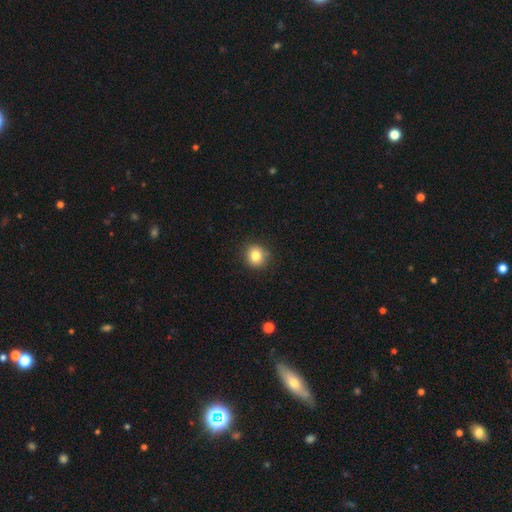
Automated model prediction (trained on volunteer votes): Smooth or featured? smooth (82%)
How rounded? round (88%)
Merging? none (90%)